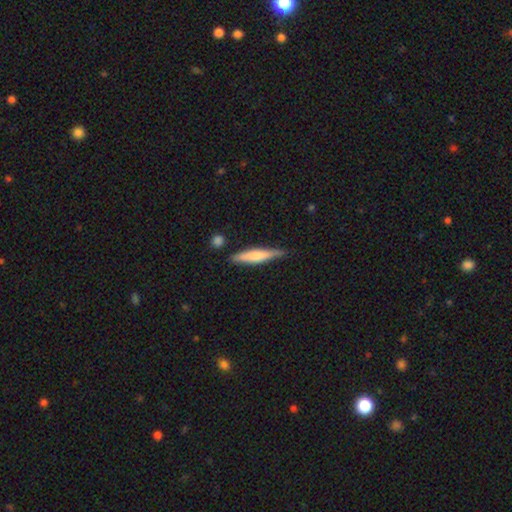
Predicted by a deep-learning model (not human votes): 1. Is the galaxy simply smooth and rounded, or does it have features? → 57% smooth, 38% featured or disk, 6% star or artifact.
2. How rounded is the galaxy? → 87% cigar-shaped, 11% in between, 2% round.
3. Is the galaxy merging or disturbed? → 79% none, 15% minor disturbance, 3% merger, 3% major disturbance.